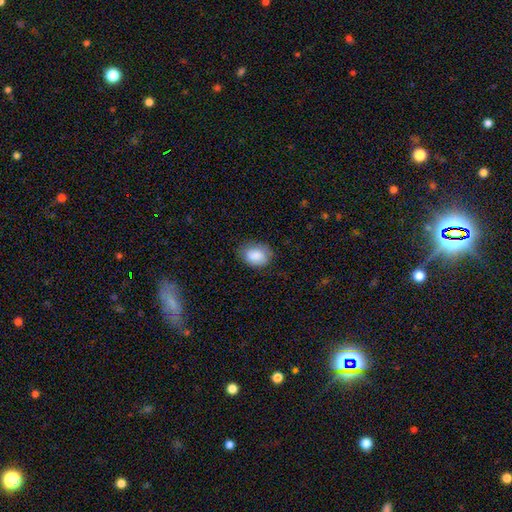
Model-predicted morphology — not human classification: The model was most divided on "how rounded": in between: 63%, round: 36%, cigar-shaped: 1%. More confident: smooth or featured — smooth (87%); merging — none (74%).